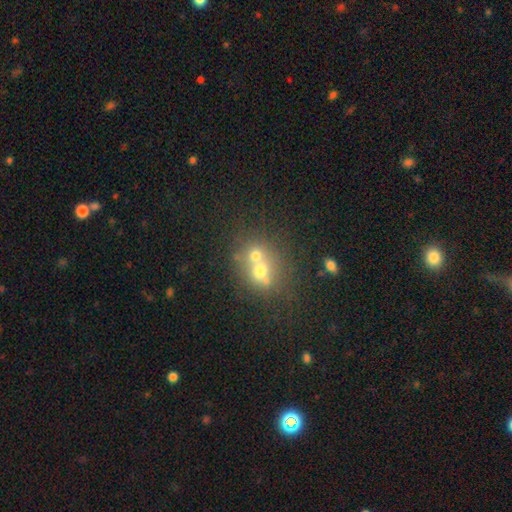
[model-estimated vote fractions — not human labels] Smooth or featured?
  - smooth: 59% *
  - featured or disk: 24%
  - star or artifact: 17%
How rounded?
  - round: 72% *
  - in between: 27%
  - cigar-shaped: 1%
Merging?
  - merger: 57% *
  - none: 32%
  - minor disturbance: 7%
  - major disturbance: 4%